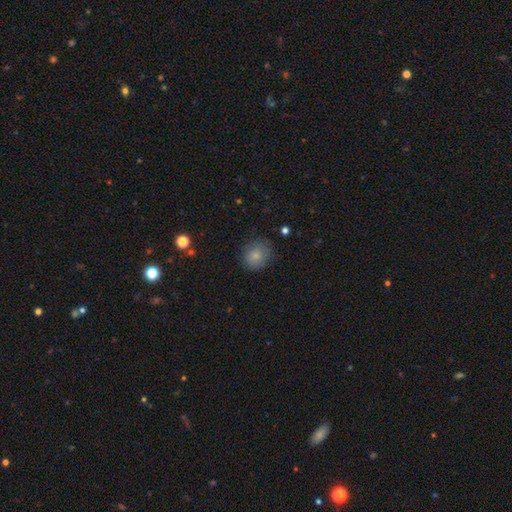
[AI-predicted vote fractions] The model was most divided on "how rounded": round: 73%, in between: 26%, cigar-shaped: 1%. More confident: smooth or featured — smooth (81%); merging — none (79%).